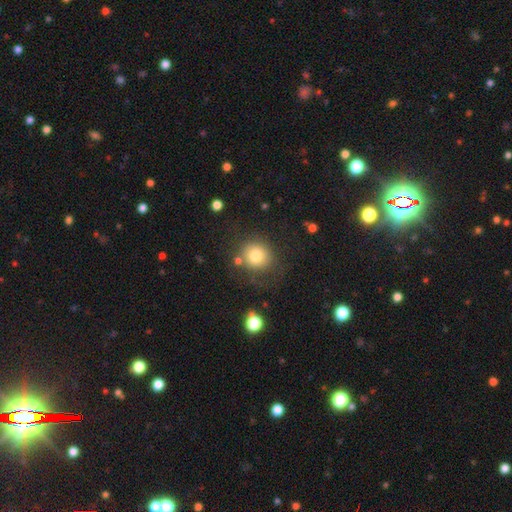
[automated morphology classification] type=smooth (78%); roundness=round (88%); merging=none (72%).